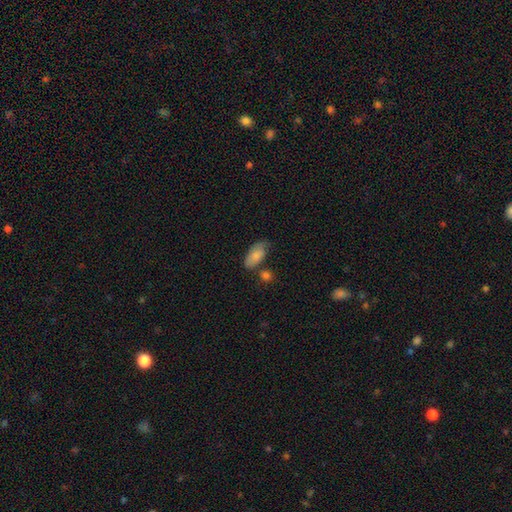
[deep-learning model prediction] smooth-or-featured: smooth: 82% | featured or disk: 11% | star or artifact: 7%
  how-rounded: in between: 91% | cigar-shaped: 6% | round: 3%
  merging: none: 55% | minor disturbance: 26% | merger: 11% | major disturbance: 7%